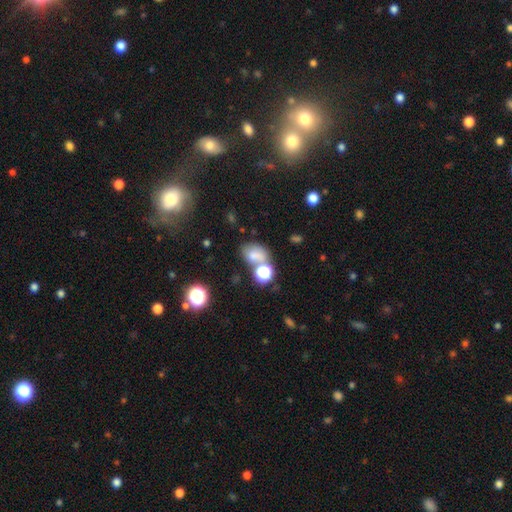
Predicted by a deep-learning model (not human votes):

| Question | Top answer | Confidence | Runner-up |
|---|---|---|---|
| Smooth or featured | smooth | 69% | star or artifact (18%) |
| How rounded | in between | 67% | round (32%) |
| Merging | none | 44% | merger (31%) |